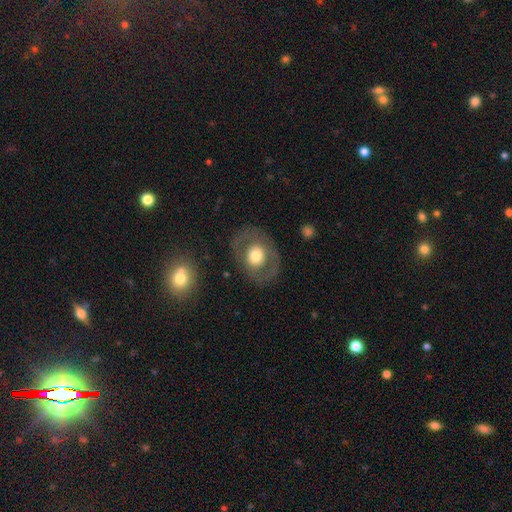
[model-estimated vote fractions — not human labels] Smooth or featured? smooth (51%)
How rounded? round (50%)
Merging? none (79%)